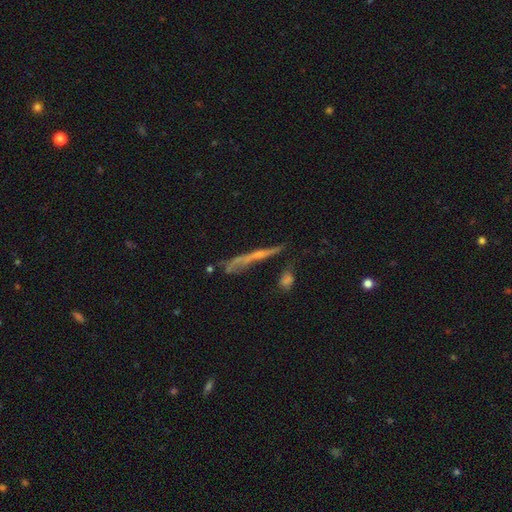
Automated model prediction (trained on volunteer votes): A featured or disk galaxy (57%) viewed edge-on (84%).

Vote fractions:
- Smooth or featured? featured or disk: 57% / smooth: 32% / star or artifact: 11%
- Edge-on disk? yes: 84% / no: 16%
- Merging? none: 52% / minor disturbance: 21% / major disturbance: 15% / merger: 12%